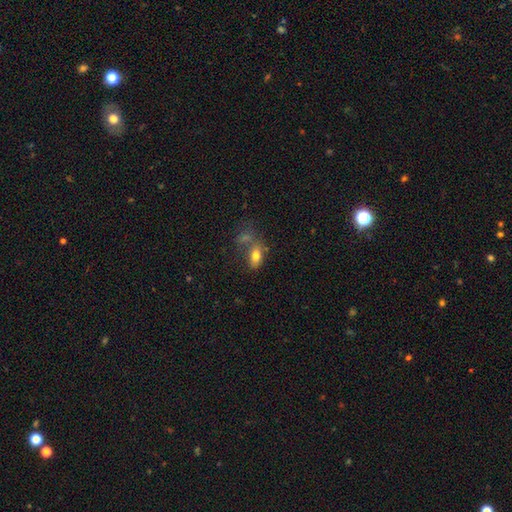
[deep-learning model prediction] Q: Smooth or featured?
A: smooth (76%); runner-up: featured or disk (14%)
Q: How rounded?
A: in between (87%); runner-up: round (9%)
Q: Merging?
A: none (47%); runner-up: merger (28%)